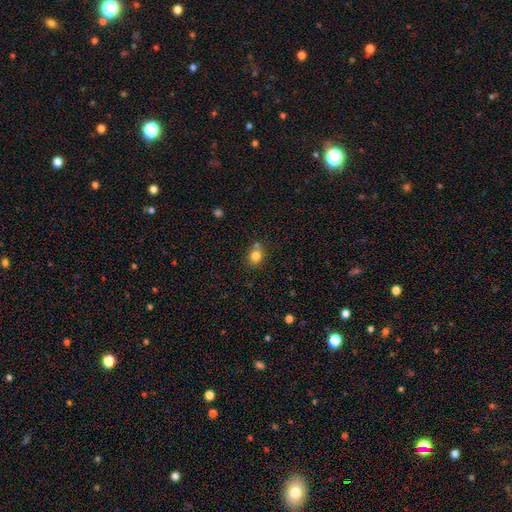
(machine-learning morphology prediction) Overall: smooth (80%). How rounded: round (65%; in between 35%). Merging: none (63%).